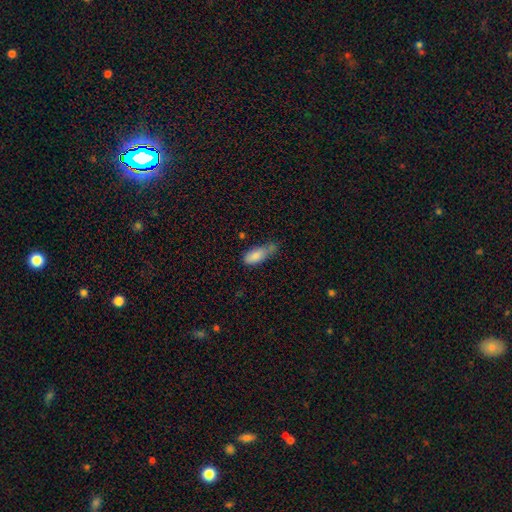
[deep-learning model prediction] Smooth or featured?
  - smooth: 83% *
  - featured or disk: 9%
  - star or artifact: 8%
How rounded?
  - in between: 79% *
  - cigar-shaped: 18%
  - round: 3%
Merging?
  - minor disturbance: 41% *
  - none: 32%
  - major disturbance: 16%
  - merger: 11%